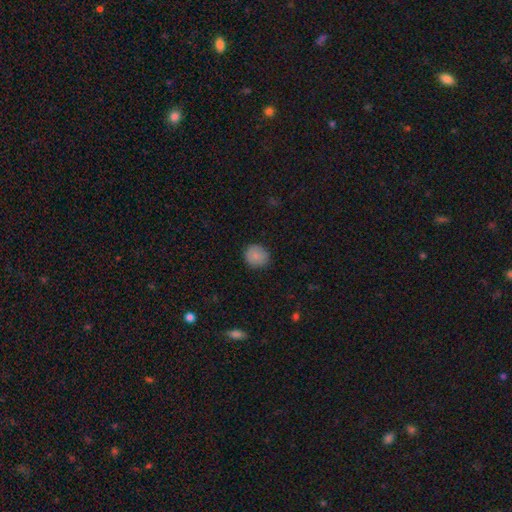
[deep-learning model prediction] The model was most divided on "how rounded": round: 83%, in between: 16%, cigar-shaped: 1%. More confident: merging — none (85%); smooth or featured — smooth (85%).